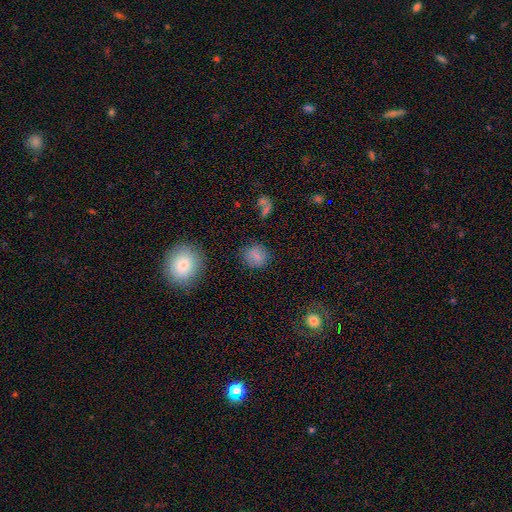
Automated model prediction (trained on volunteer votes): A smooth galaxy with no disk features (76%) that is round (79%).

Vote fractions:
- Smooth or featured? smooth: 76% / star or artifact: 13% / featured or disk: 11%
- How rounded? round: 79% / in between: 19% / cigar-shaped: 1%
- Merging? none: 82% / minor disturbance: 12% / major disturbance: 4% / merger: 2%